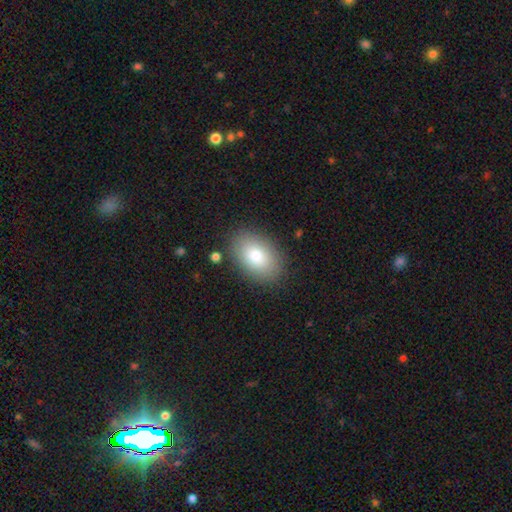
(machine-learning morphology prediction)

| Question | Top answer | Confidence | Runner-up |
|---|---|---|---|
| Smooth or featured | smooth | 81% | featured or disk (12%) |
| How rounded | in between | 88% | round (11%) |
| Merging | none | 86% | minor disturbance (10%) |